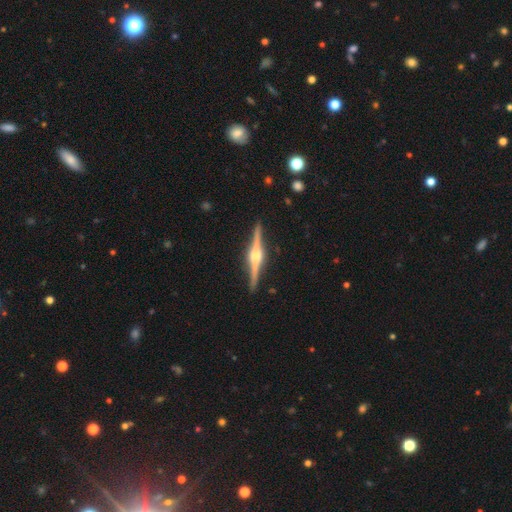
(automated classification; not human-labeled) Morphology: type=featured or disk (88%); edge-on=yes (99%); edge-on bulge=rounded (95%); merging=none (91%).